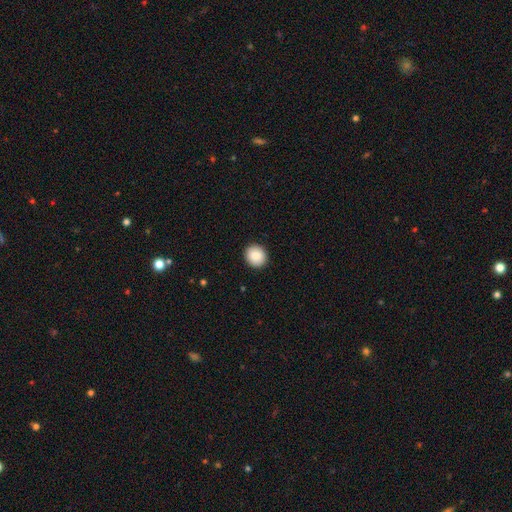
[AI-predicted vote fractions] smooth-or-featured: smooth: 88% | star or artifact: 8% | featured or disk: 5%
  how-rounded: round: 81% | in between: 18% | cigar-shaped: 1%
  merging: none: 92% | minor disturbance: 6% | major disturbance: 2% | merger: 1%